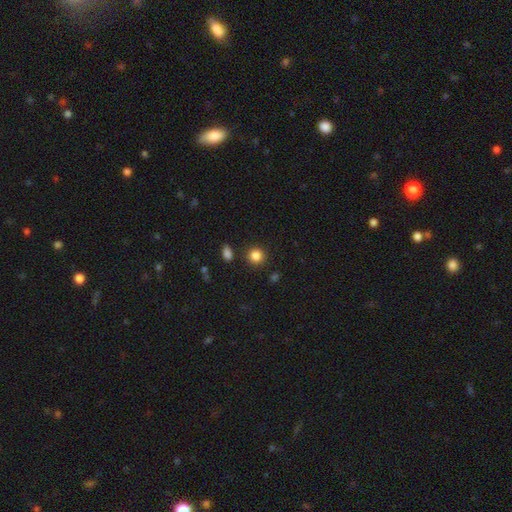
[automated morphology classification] A smooth galaxy with no disk features (85%) that is round (90%). Merging: none (87%).